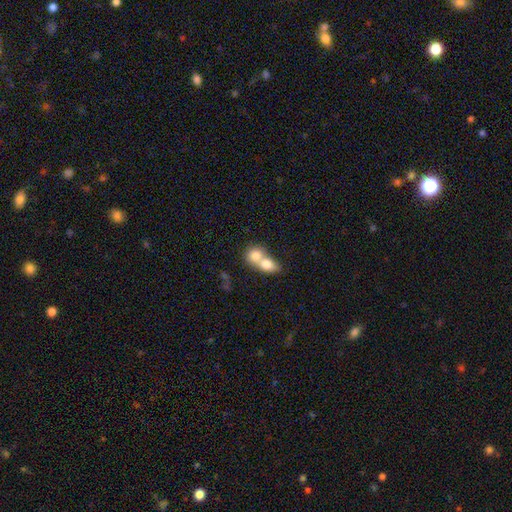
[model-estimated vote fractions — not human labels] Smooth or featured: smooth — 75% (featured or disk — 17%)
How rounded: round — 53% (in between — 45%)
Merging: merger — 77% (none — 16%)